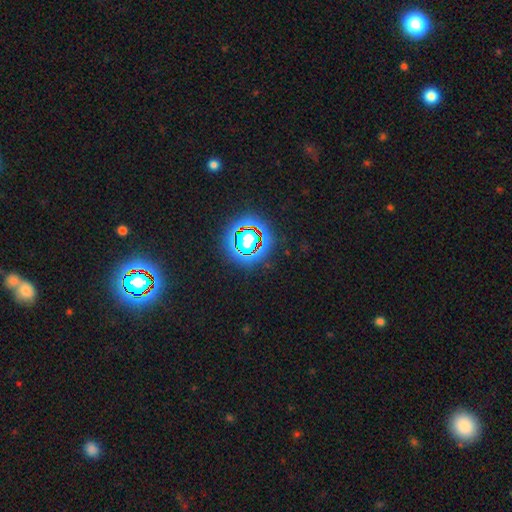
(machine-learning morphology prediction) smooth-or-featured: star or artifact: 81% | smooth: 11% | featured or disk: 7%